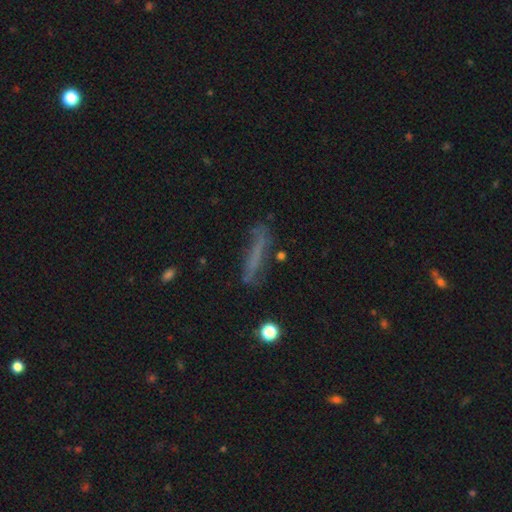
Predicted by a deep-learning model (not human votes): This appears to be a smooth galaxy with no disk features (53%) that is cigar-shaped (88%). Merging: none (67%).